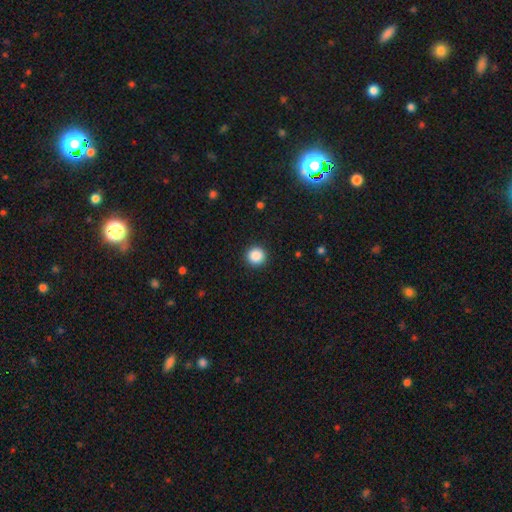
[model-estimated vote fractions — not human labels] This appears to be a smooth galaxy with no disk features (88%) that is round (95%). Merging: none (93%).